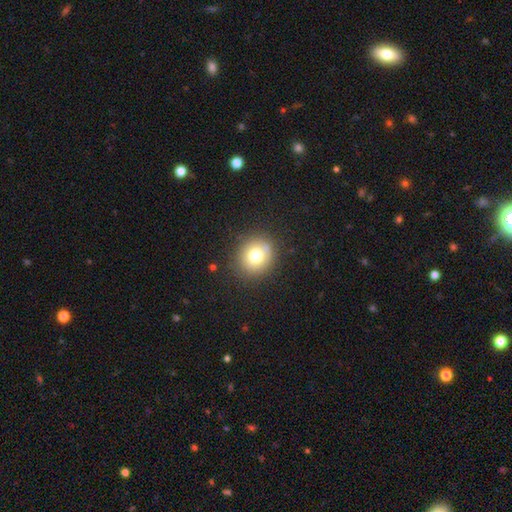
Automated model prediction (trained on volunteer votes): A smooth galaxy with no disk features (75%) that is round (83%).

Vote fractions:
- Smooth or featured? smooth: 75% / star or artifact: 13% / featured or disk: 12%
- How rounded? round: 83% / in between: 16% / cigar-shaped: 1%
- Merging? none: 85% / minor disturbance: 9% / major disturbance: 3% / merger: 2%